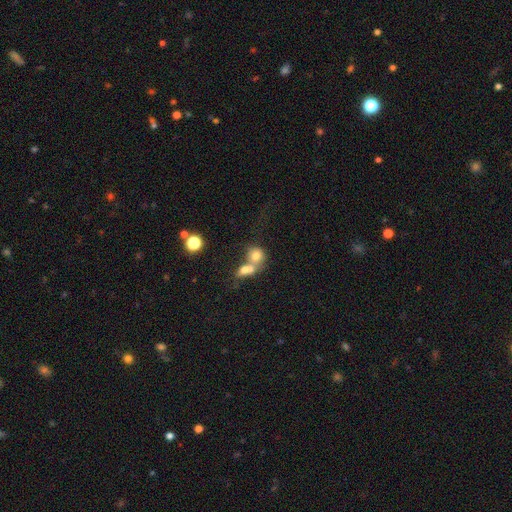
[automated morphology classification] Overall: smooth (71%). How rounded: round (68%; in between 30%). Merging: merger (65%).